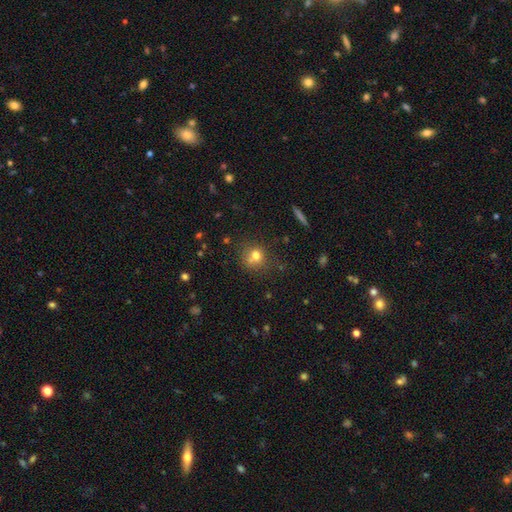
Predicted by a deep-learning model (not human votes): smooth-or-featured: smooth: 72% | star or artifact: 15% | featured or disk: 13%
  how-rounded: round: 81% | in between: 18% | cigar-shaped: 1%
  merging: none: 57% | merger: 22% | minor disturbance: 14% | major disturbance: 6%